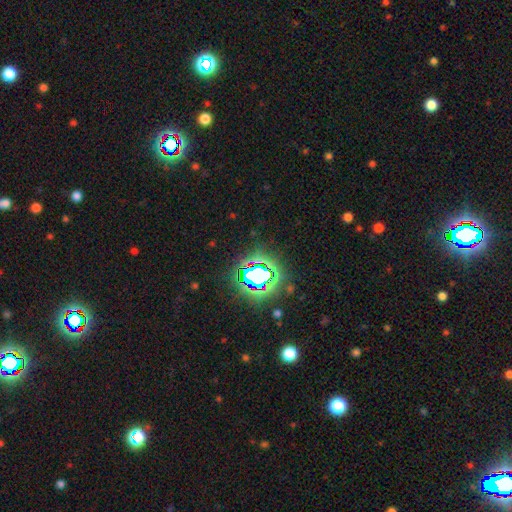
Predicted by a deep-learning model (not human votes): This is clearly a star or artifact rather than a galaxy (83%).